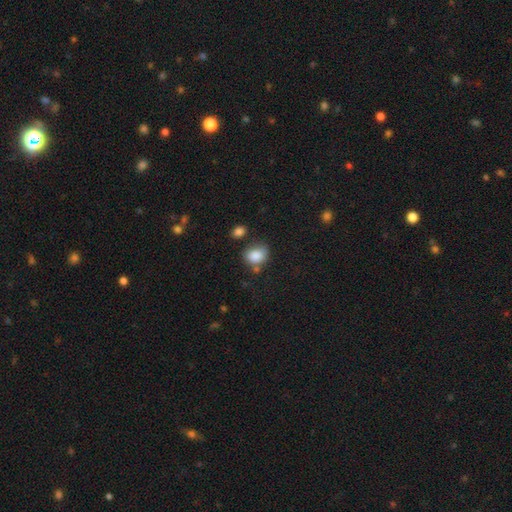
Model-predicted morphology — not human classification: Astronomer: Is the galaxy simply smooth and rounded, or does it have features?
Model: smooth — 84%.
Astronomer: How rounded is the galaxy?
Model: round — 56% (runner-up: in between, 43%).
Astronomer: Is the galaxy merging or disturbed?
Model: none — 56%.